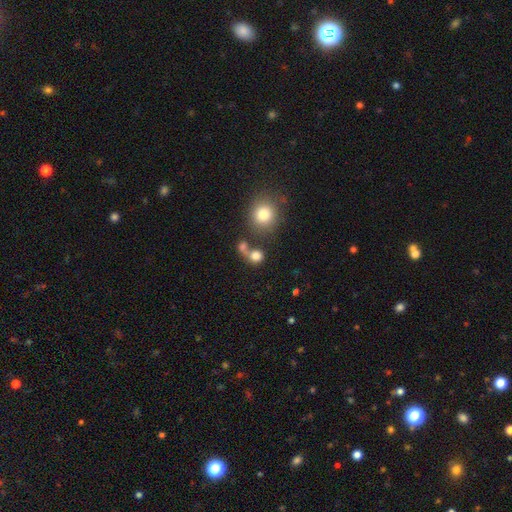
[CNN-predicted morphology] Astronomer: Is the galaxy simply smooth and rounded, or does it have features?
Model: smooth — 77%.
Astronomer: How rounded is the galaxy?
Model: round — 82%.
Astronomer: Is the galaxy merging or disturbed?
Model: none — 45% (runner-up: merger, 38%).